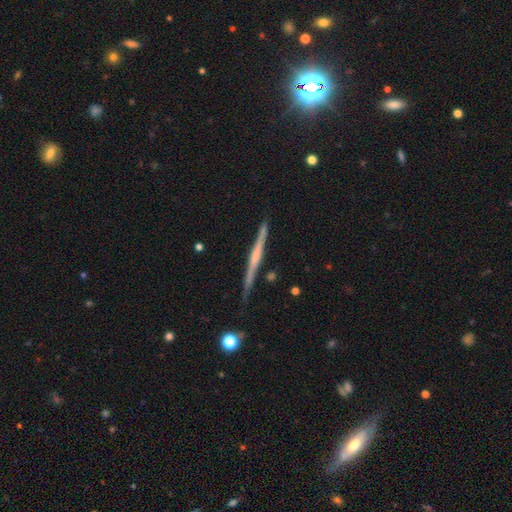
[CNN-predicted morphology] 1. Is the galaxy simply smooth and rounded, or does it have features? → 71% featured or disk, 22% smooth, 6% star or artifact.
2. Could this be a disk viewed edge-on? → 98% yes, 2% no.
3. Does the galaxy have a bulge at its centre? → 48% none, 37% rounded, 15% boxy.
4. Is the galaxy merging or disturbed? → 85% none, 11% minor disturbance, 2% merger, 2% major disturbance.